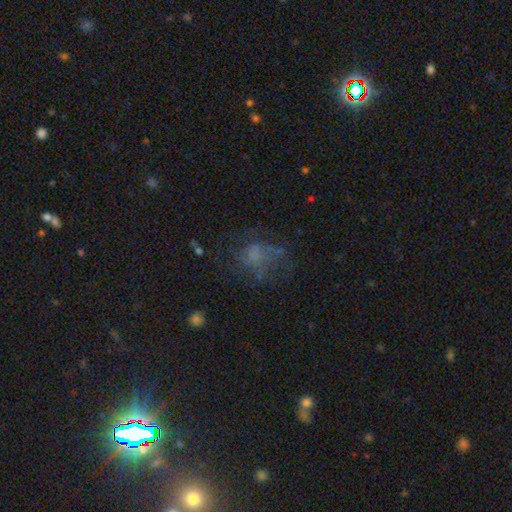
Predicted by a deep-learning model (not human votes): Morphology: type=featured or disk (41%); merging=none (48%).